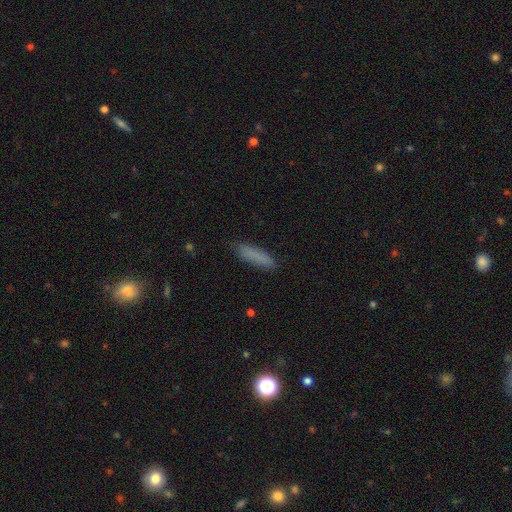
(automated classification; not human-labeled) smooth-or-featured: smooth: 83% | featured or disk: 9% | star or artifact: 8%
  how-rounded: cigar-shaped: 78% | in between: 20% | round: 1%
  merging: none: 86% | minor disturbance: 11% | major disturbance: 2% | merger: 1%